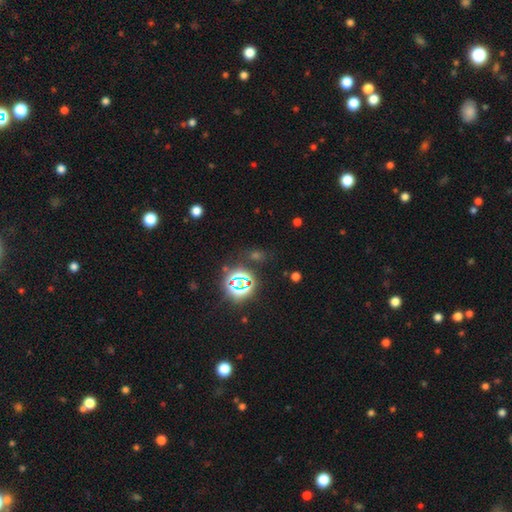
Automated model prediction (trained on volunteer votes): Smooth or featured: star or artifact — 70% (smooth — 21%)